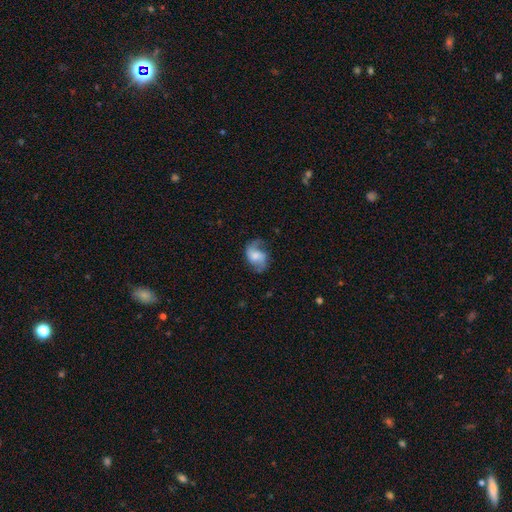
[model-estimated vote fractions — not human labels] The model was most divided on "bulge size": moderate: 35%, small: 26%, large: 20%, none: 16%, dominant: 4%. More confident: edge-on disk — no (97%); spiral arms — yes (88%); spiral arm count — 2 (79%); smooth or featured — featured or disk (59%); merging — none (56%); bar — no (55%); spiral winding — loose (50%).